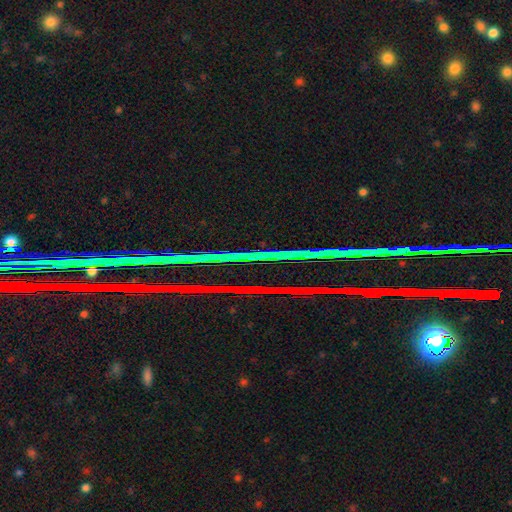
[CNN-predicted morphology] Overall: star or artifact (84%).